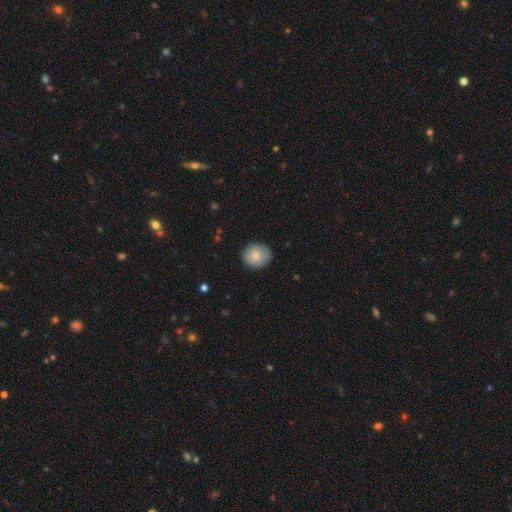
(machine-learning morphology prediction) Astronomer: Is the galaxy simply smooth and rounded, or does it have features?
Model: smooth — 85%.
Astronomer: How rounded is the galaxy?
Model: round — 77%.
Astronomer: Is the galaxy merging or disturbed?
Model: none — 87%.